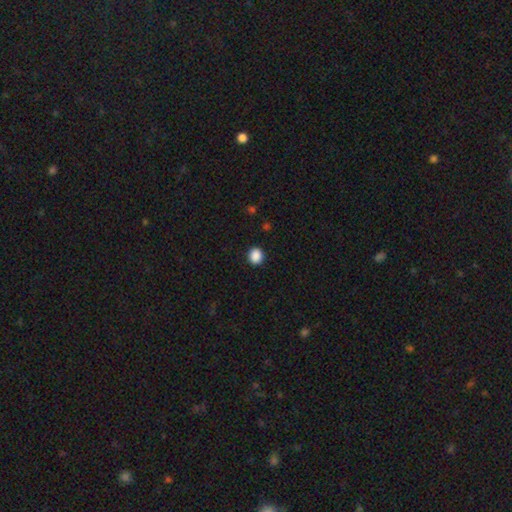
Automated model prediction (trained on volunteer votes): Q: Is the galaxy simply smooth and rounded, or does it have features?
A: smooth — 88%.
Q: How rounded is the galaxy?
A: round — 79%.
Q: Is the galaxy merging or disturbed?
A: none — 91%.